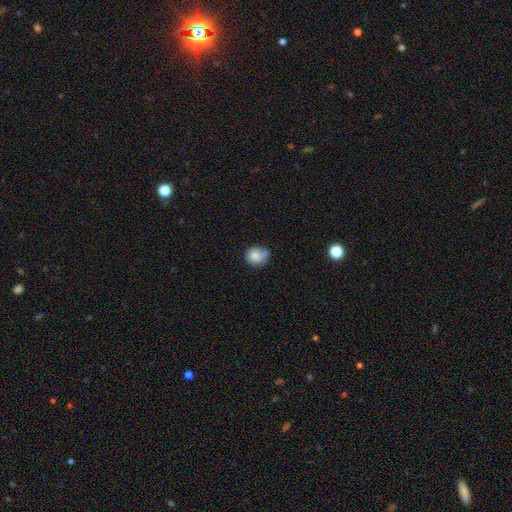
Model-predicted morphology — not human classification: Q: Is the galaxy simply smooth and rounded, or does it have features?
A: smooth — 80%.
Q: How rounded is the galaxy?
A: round — 77%.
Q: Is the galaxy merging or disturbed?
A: none — 52%.